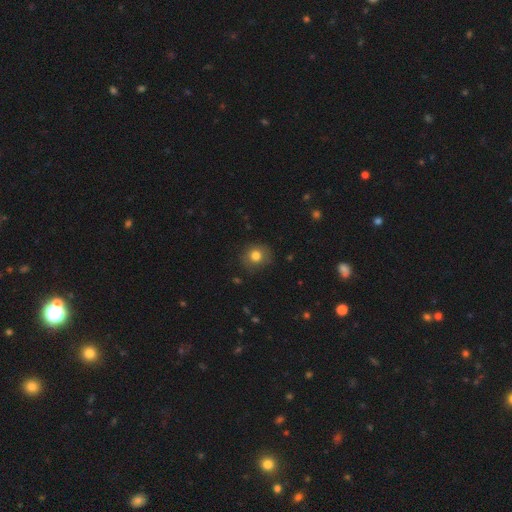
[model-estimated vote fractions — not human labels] Smooth or featured: smooth — 79% (star or artifact — 11%)
How rounded: round — 82% (in between — 17%)
Merging: none — 81% (minor disturbance — 14%)